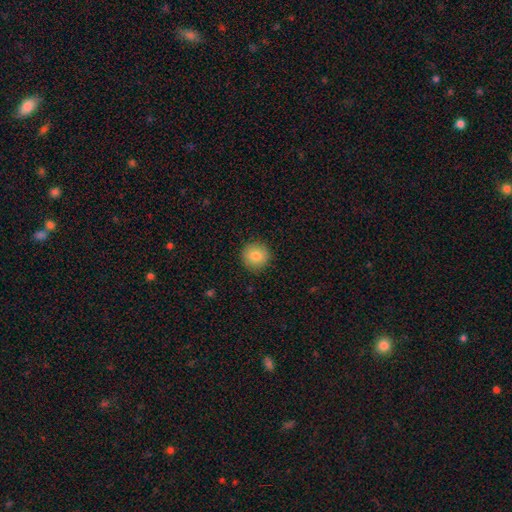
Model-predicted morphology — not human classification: The model was most divided on "smooth or featured": smooth: 83%, star or artifact: 9%, featured or disk: 8%. More confident: how rounded — round (95%); merging — none (91%).